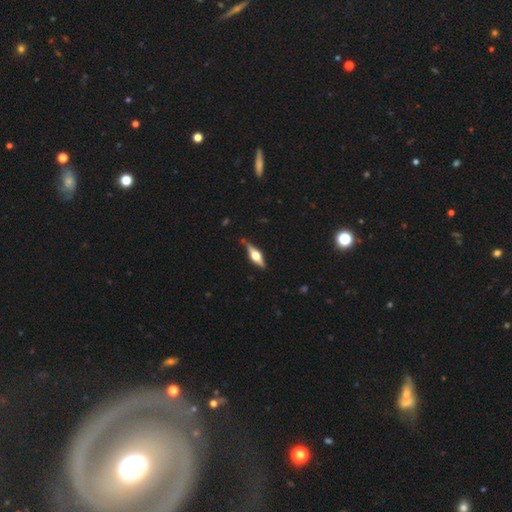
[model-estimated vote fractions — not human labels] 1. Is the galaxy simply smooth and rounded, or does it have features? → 71% featured or disk, 23% smooth, 6% star or artifact.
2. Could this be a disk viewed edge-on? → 96% yes, 4% no.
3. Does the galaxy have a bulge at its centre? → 93% rounded, 5% boxy, 1% none.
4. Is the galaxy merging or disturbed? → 85% none, 11% minor disturbance, 2% major disturbance, 2% merger.